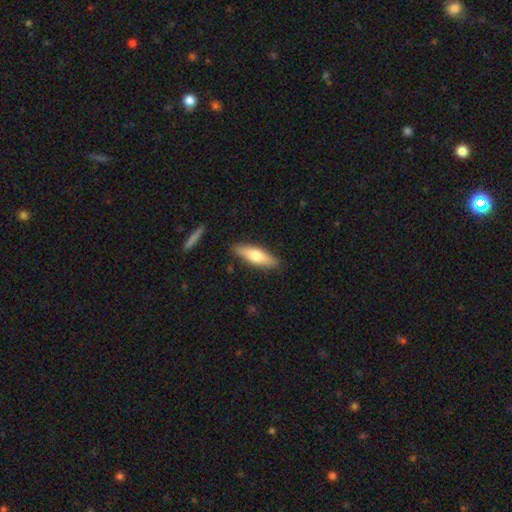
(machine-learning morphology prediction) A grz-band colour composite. It shows a smooth galaxy with no disk features (66%) that is cigar-shaped (55%). Merging: none (87%).